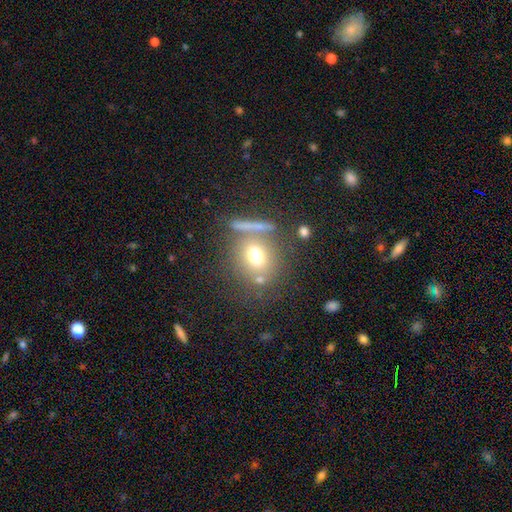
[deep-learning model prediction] Q: Smooth or featured?
A: smooth (68%); runner-up: featured or disk (18%)
Q: How rounded?
A: round (74%); runner-up: in between (23%)
Q: Merging?
A: none (66%); runner-up: merger (14%)